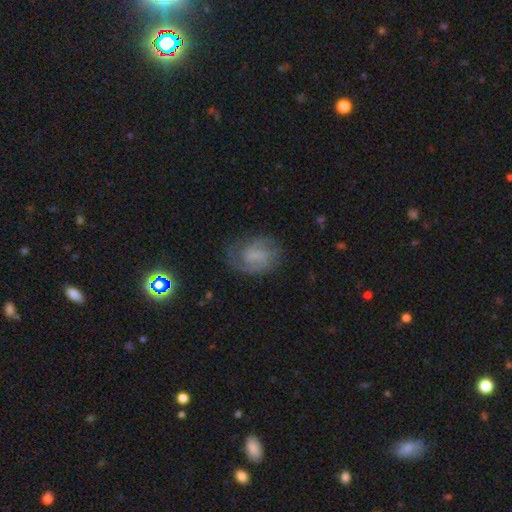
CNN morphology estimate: type=featured or disk (68%); edge-on=no (97%); bar=weak (51%); spiral arms=yes (91%); winding=medium (47%); arm count=2 (68%); bulge=none (54%); merging=none (67%).